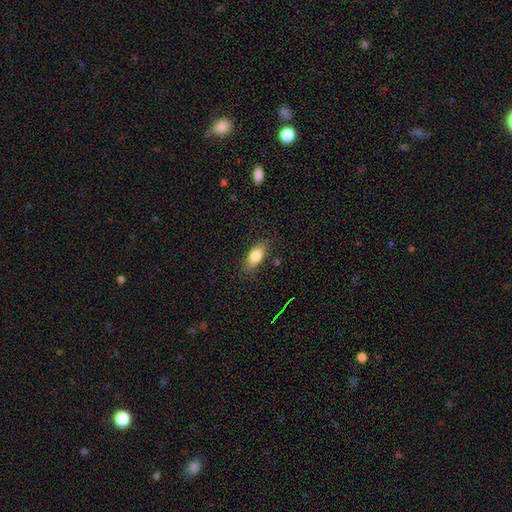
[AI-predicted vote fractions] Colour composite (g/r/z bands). It shows a smooth galaxy with no disk features (80%) that is in between round and cigar-shaped (80%). Merging: none (80%).